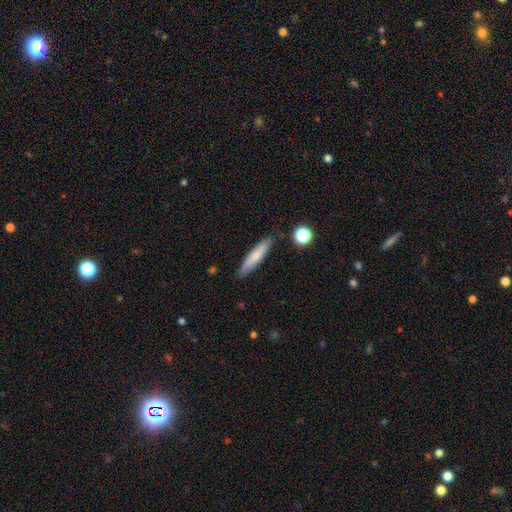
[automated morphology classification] Overall: smooth (72%). How rounded: cigar-shaped (85%). Merging: none (85%).